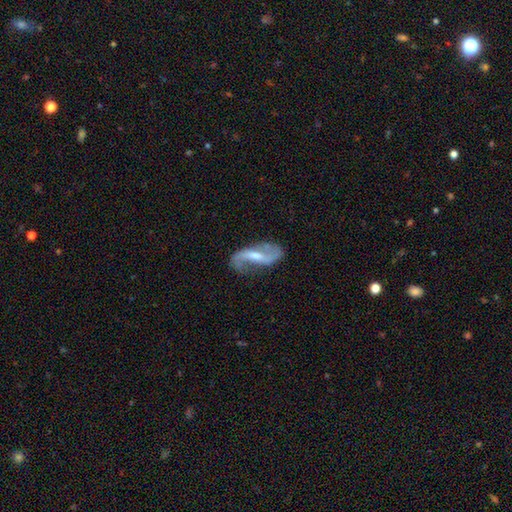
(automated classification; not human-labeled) Overall: featured or disk (85%). Edge-on disk: no (94%). Bar: weak (41%; strong 40%). Spiral arms: yes (94%). Spiral arm count: 2 (91%). Spiral winding: loose (71%). Bulge size: moderate (46%; small 41%). Merging: none (71%).